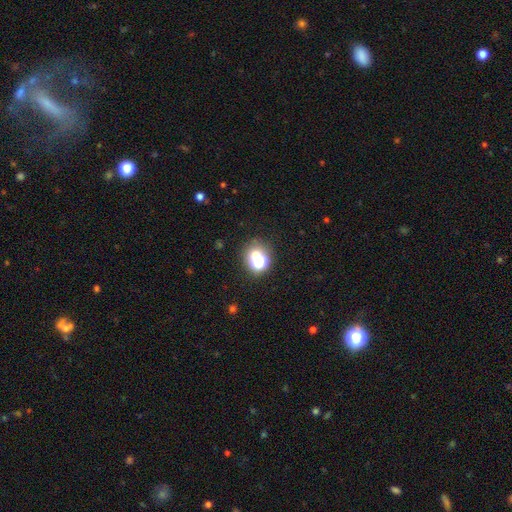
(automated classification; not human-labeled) smooth-or-featured: smooth: 55% | star or artifact: 31% | featured or disk: 14%
  how-rounded: round: 71% | in between: 27% | cigar-shaped: 1%
  merging: none: 62% | merger: 17% | minor disturbance: 13% | major disturbance: 8%